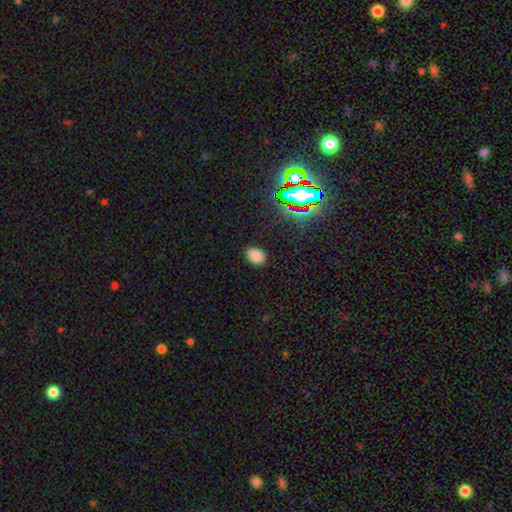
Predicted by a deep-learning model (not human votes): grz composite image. It shows a smooth galaxy with no disk features (80%) that is in between round and cigar-shaped (75%). Merging: none (87%).